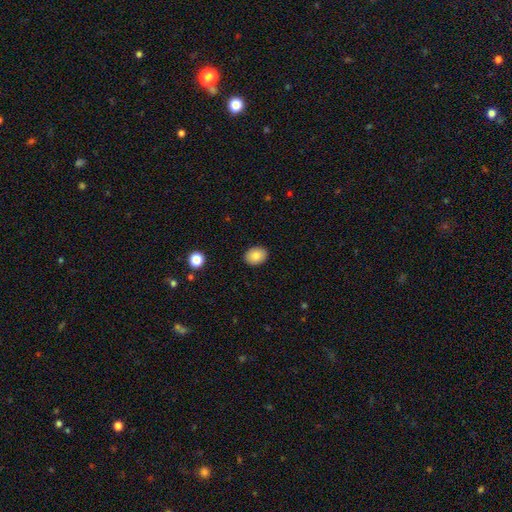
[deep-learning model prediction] smooth 87%, star or artifact 8%, featured or disk 5%. Down the decision tree: how rounded — in between (64%); merging — none (90%).